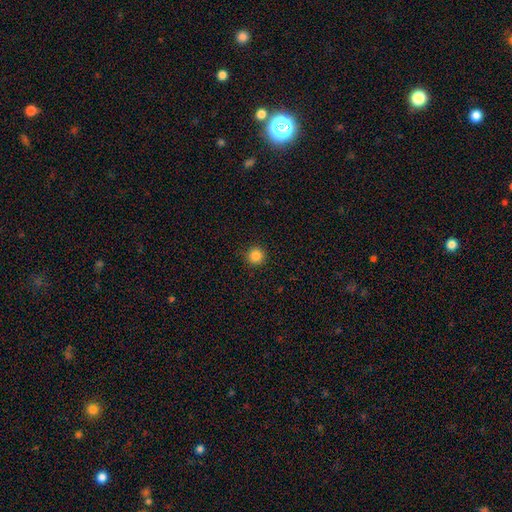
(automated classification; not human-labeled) Overall: smooth (86%). How rounded: round (95%). Merging: none (92%).